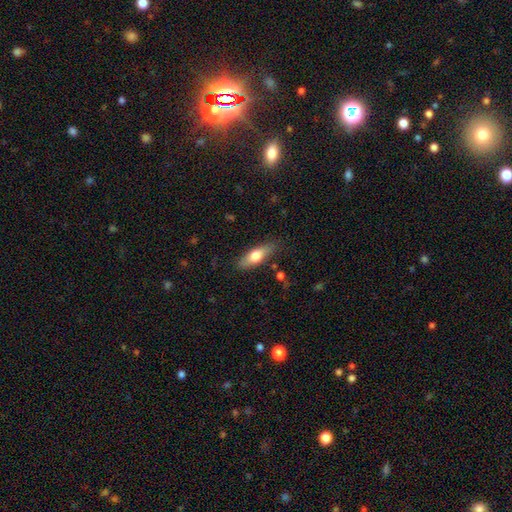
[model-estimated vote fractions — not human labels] This appears to be a smooth galaxy with no disk features (65%) that is in between round and cigar-shaped (59%). Merging: none (83%).